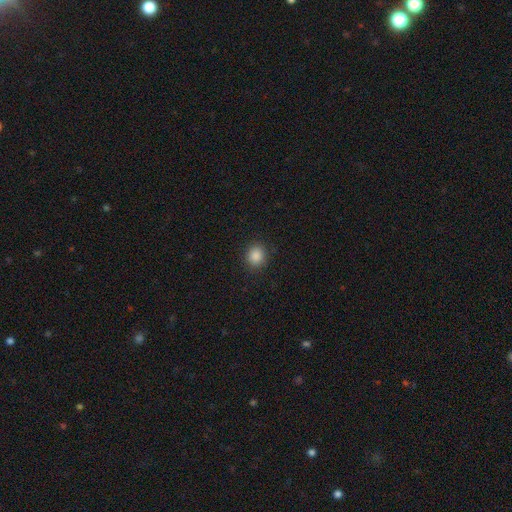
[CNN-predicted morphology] A smooth galaxy with no disk features (87%) that is round (79%).

Vote fractions:
- Smooth or featured? smooth: 87% / star or artifact: 10% / featured or disk: 3%
- How rounded? round: 79% / in between: 20% / cigar-shaped: 1%
- Merging? none: 89% / minor disturbance: 7% / major disturbance: 2% / merger: 1%